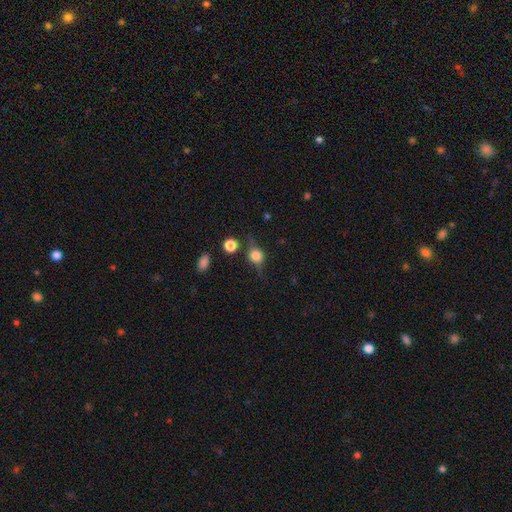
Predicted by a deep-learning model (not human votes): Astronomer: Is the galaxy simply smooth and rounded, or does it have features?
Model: smooth — 47% (runner-up: featured or disk, 43%).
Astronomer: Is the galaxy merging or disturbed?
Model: none — 68%.